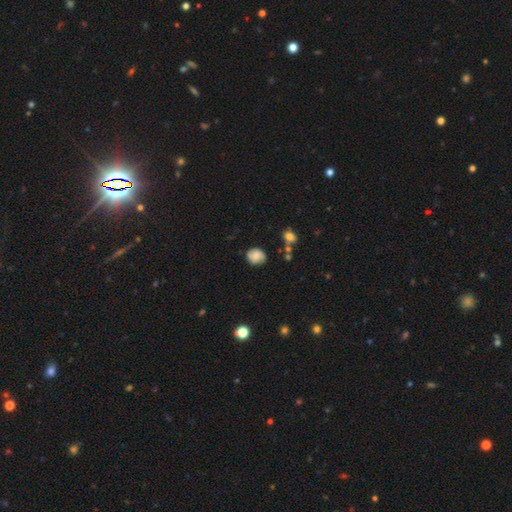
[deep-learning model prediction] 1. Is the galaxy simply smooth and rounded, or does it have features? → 67% smooth, 23% featured or disk, 9% star or artifact.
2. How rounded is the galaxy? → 70% round, 29% in between, 1% cigar-shaped.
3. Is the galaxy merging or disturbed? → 74% none, 19% minor disturbance, 4% major disturbance, 3% merger.